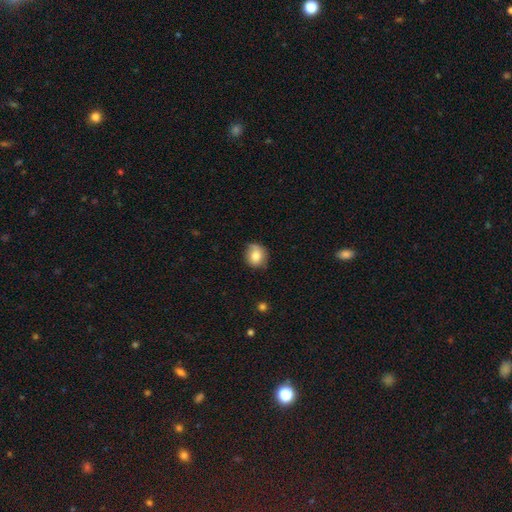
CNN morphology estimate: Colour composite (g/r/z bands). It shows a smooth galaxy with no disk features (81%) that is round (78%). Merging: none (71%).